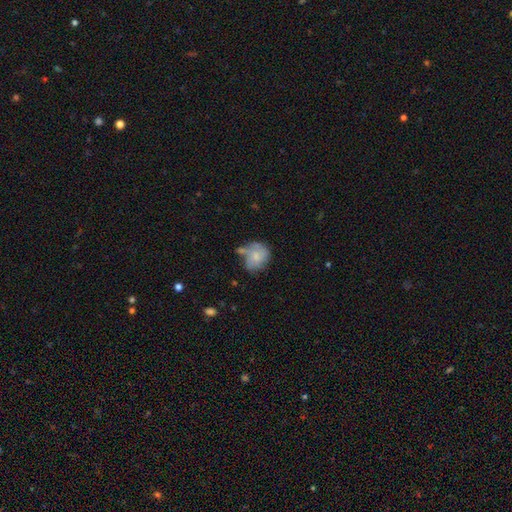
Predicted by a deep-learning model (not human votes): A smooth galaxy with no disk features (58%) that is round (57%). Merging: none (37%).